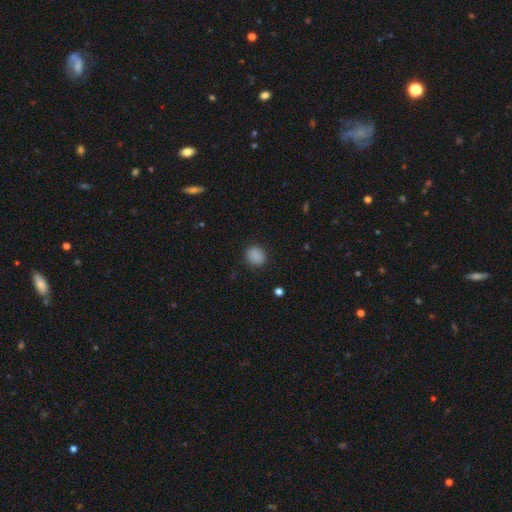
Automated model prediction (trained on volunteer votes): A smooth galaxy with no disk features (87%) that is round (74%). Merging: none (87%).